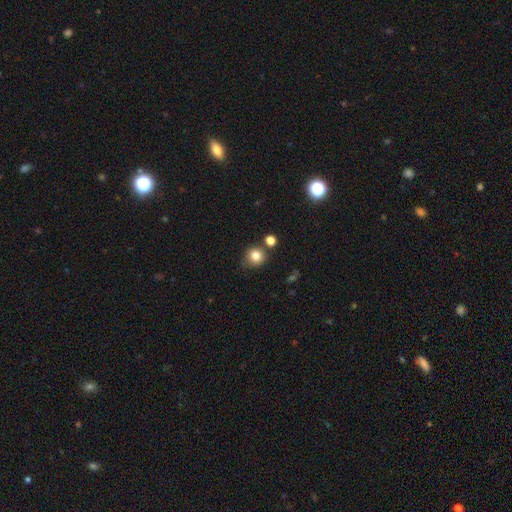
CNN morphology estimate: type=smooth (82%); roundness=round (88%); merging=none (73%).